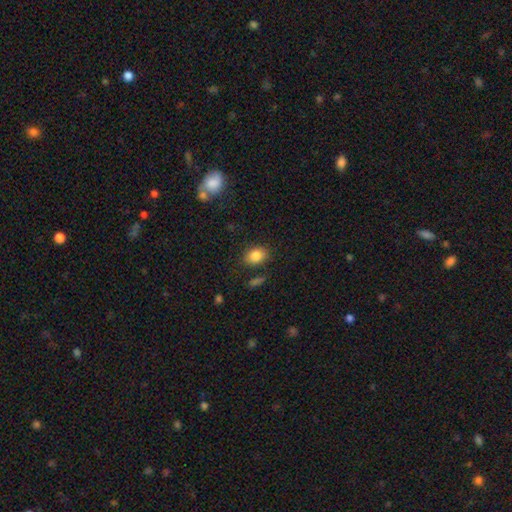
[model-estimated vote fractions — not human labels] smooth-or-featured: smooth: 84% | star or artifact: 9% | featured or disk: 7%
  how-rounded: in between: 64% | round: 35% | cigar-shaped: 1%
  merging: none: 79% | minor disturbance: 14% | major disturbance: 4% | merger: 3%